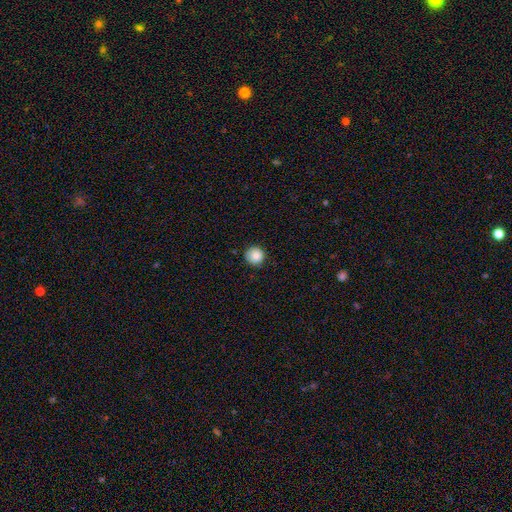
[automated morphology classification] A smooth galaxy with no disk features (86%) that is round (95%). Merging: none (86%).